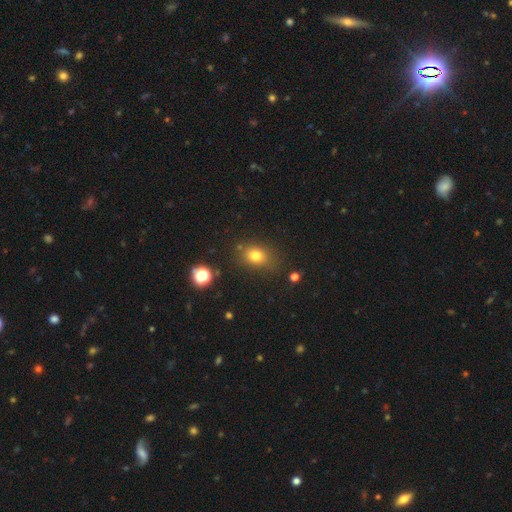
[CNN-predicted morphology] The model was most divided on "how rounded": in between: 55%, round: 44%, cigar-shaped: 1%. More confident: smooth or featured — smooth (76%); merging — none (75%).